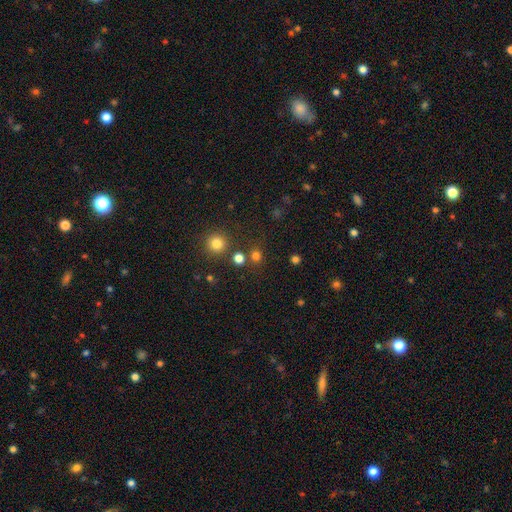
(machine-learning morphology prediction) The model was most divided on "smooth or featured": smooth: 75%, star or artifact: 20%, featured or disk: 5%. More confident: how rounded — round (87%); merging — none (78%).